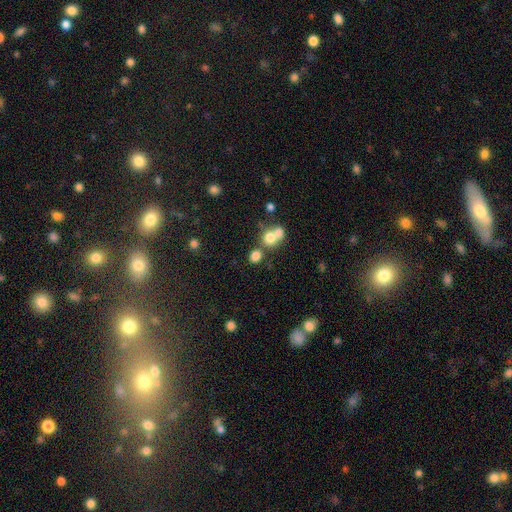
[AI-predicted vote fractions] Smooth or featured?
  - smooth: 77% *
  - star or artifact: 14%
  - featured or disk: 10%
How rounded?
  - round: 72% *
  - in between: 27%
  - cigar-shaped: 1%
Merging?
  - none: 52% *
  - merger: 35%
  - minor disturbance: 8%
  - major disturbance: 4%